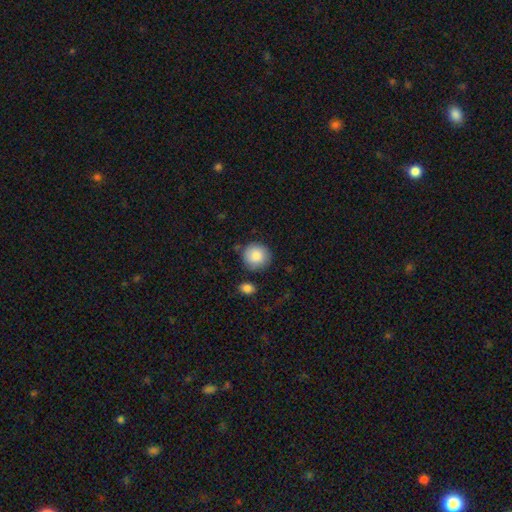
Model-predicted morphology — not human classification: Smooth or featured? Predicted: smooth (p=0.87). How rounded? Predicted: round (p=0.91). Merging? Predicted: none (p=0.80).